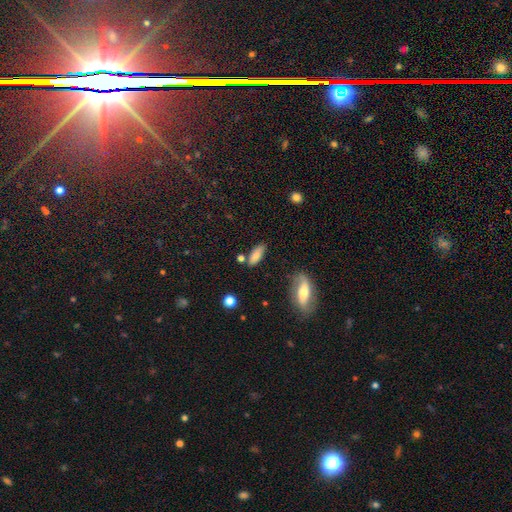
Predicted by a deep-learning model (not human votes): Smooth or featured? Predicted: smooth (p=0.79). How rounded? Predicted: in between (p=0.72). Merging? Predicted: none (p=0.73).